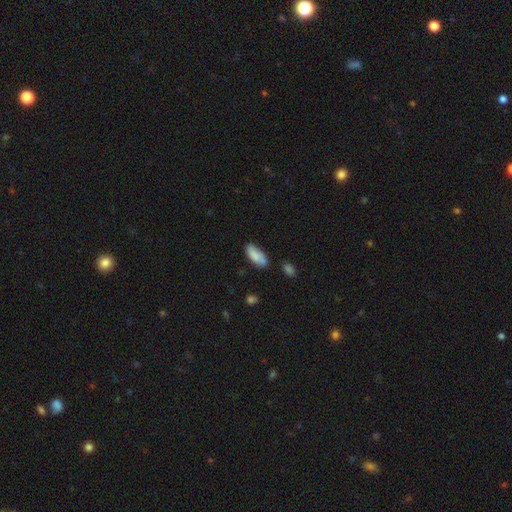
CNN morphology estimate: Smooth or featured: smooth — 82% (featured or disk — 12%)
How rounded: in between — 84% (cigar-shaped — 14%)
Merging: none — 67% (minor disturbance — 22%)